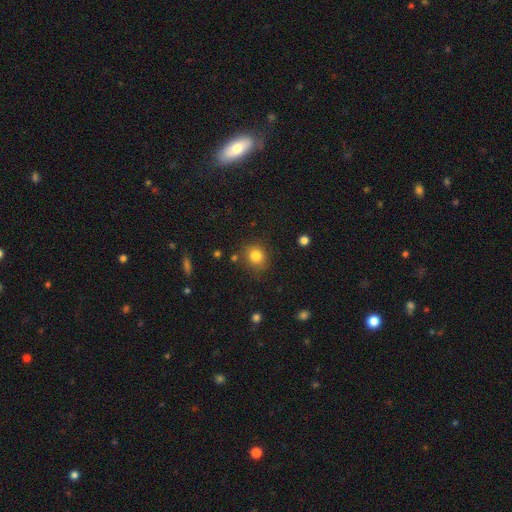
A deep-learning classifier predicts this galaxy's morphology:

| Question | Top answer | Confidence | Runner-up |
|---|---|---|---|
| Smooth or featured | smooth | 83% | star or artifact (11%) |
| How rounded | round | 76% | in between (23%) |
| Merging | none | 81% | minor disturbance (12%) |